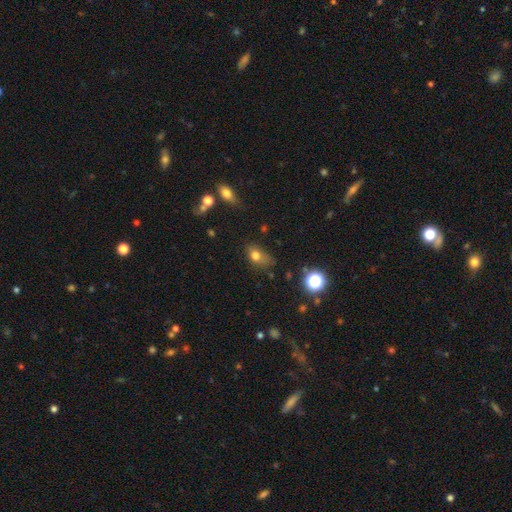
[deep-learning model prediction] Overall: smooth (76%). How rounded: in between (72%). Merging: none (48%; minor disturbance 33%).